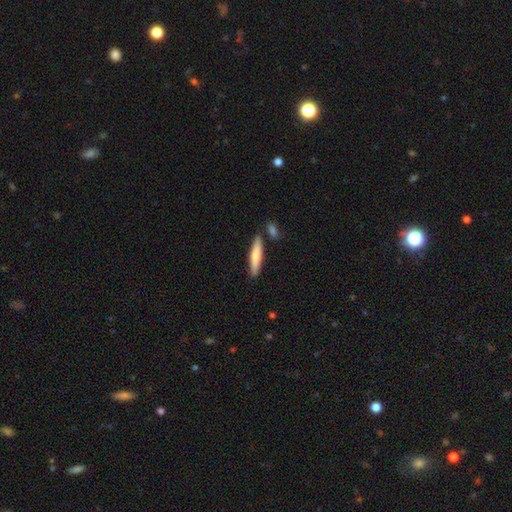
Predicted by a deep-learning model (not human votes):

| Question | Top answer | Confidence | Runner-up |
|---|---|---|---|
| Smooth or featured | smooth | 71% | featured or disk (23%) |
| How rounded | cigar-shaped | 86% | in between (13%) |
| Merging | none | 82% | minor disturbance (10%) |